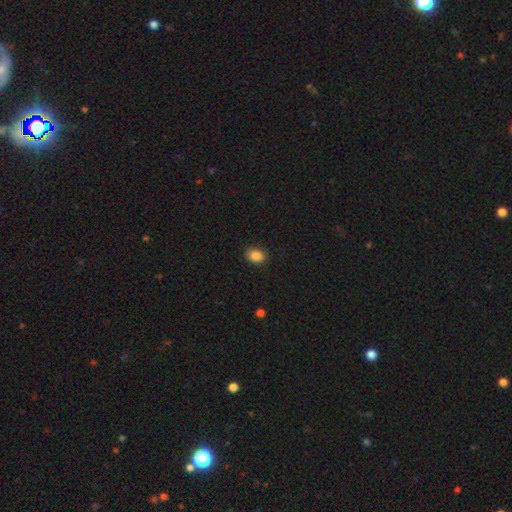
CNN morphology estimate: Smooth or featured?
  - smooth: 88% *
  - star or artifact: 9%
  - featured or disk: 3%
How rounded?
  - in between: 67% *
  - round: 32%
  - cigar-shaped: 1%
Merging?
  - none: 88% *
  - minor disturbance: 9%
  - major disturbance: 2%
  - merger: 1%